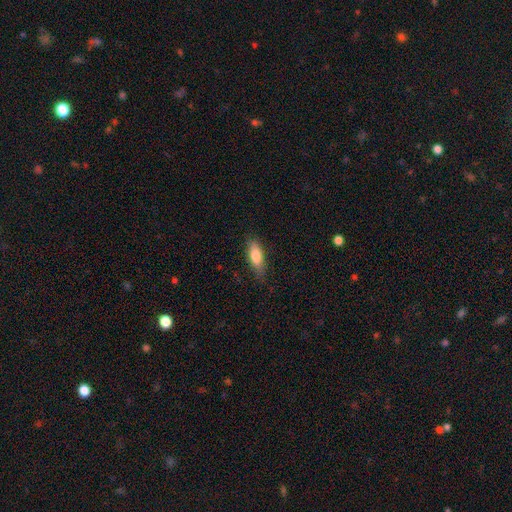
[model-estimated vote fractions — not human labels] This appears to be a smooth galaxy with no disk features (78%) that is in between round and cigar-shaped (67%). Merging: none (78%).